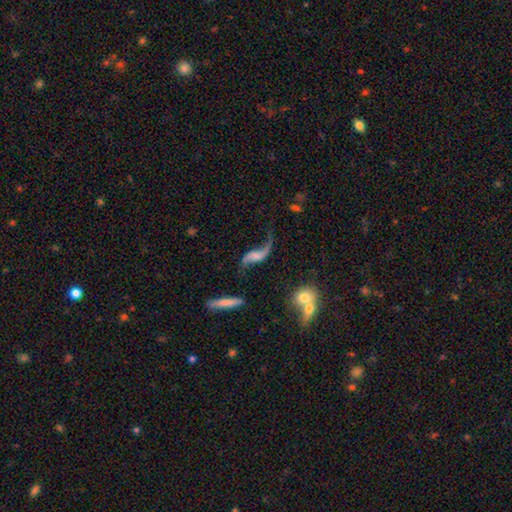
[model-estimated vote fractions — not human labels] smooth-or-featured: featured or disk: 82% | smooth: 11% | star or artifact: 7%
  disk-edge-on: no: 94% | yes: 6%
    bar: no: 52% | weak: 35% | strong: 13%
    has-spiral-arms: yes: 93% | no: 7%
      spiral-winding: loose: 94% | medium: 5% | tight: 2%
      spiral-arm-count: 2: 92% | 1: 4% | can't tell: 1% | 3: 1% | 4: 1% | more than 4: 1%
    bulge-size: none: 55% | small: 21% | moderate: 14% | large: 7% | dominant: 3%
  merging: none: 58% | minor disturbance: 19% | major disturbance: 16% | merger: 7%